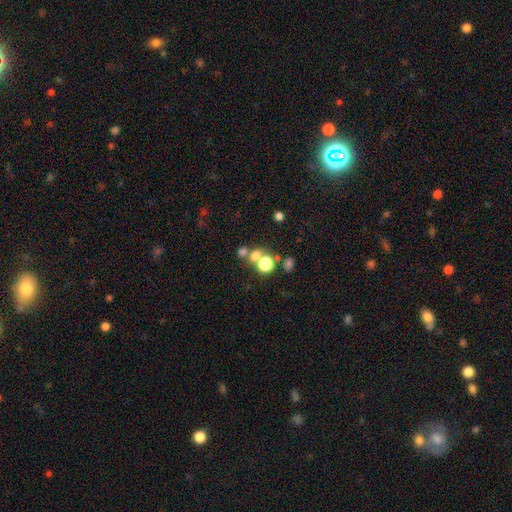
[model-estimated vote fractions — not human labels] This is likely a smooth galaxy (63%). How rounded: likely round (76%). Merging: possibly none (49%).